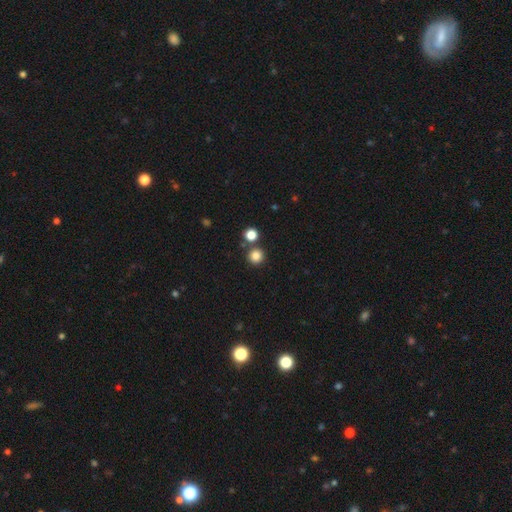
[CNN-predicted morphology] This is clearly a smooth galaxy (83%). How rounded: clearly round (94%). Merging: clearly none (81%).